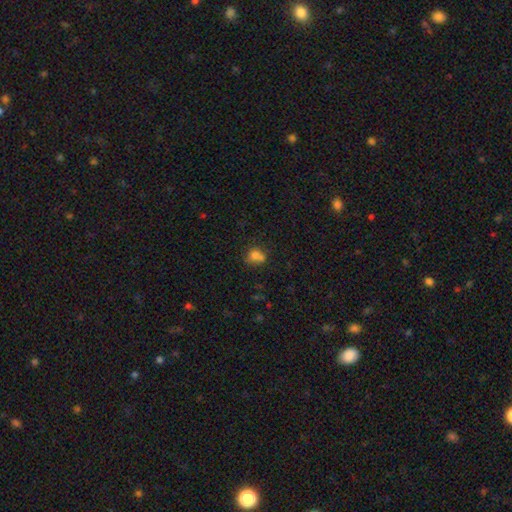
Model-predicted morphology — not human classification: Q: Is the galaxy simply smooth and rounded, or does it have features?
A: smooth — 74%.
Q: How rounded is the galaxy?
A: round — 65%.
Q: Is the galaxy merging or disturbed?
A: none — 44%.